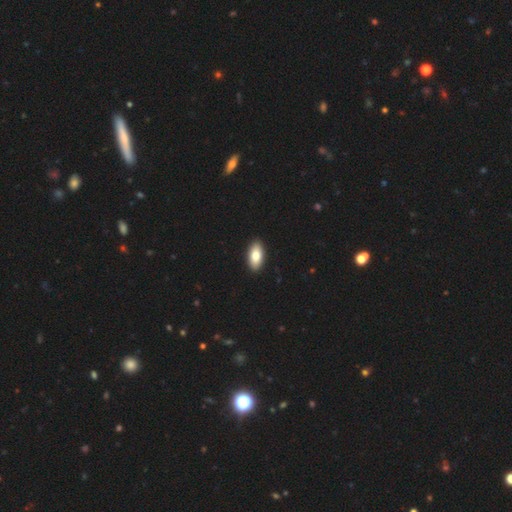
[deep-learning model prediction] Smooth or featured: smooth — 82% (featured or disk — 13%)
How rounded: in between — 92% (cigar-shaped — 5%)
Merging: none — 92% (minor disturbance — 6%)